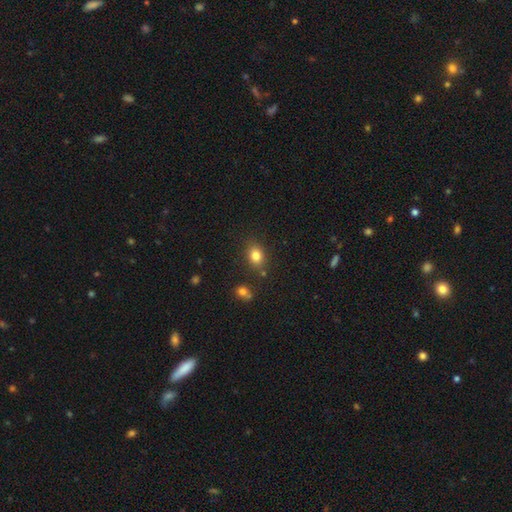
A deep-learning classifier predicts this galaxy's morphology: smooth_or_featured: smooth (p=0.81) [alt: star or artifact p=0.12]
how_rounded: in between (p=0.57) [alt: round p=0.42]
merging: none (p=0.80) [alt: minor disturbance p=0.12]